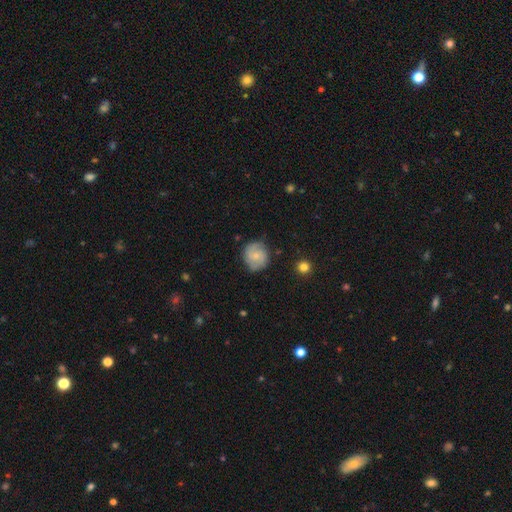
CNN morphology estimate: Smooth or featured?
  - featured or disk: 57% *
  - smooth: 36%
  - star or artifact: 7%
Edge-on disk?
  - no: 98% *
  - yes: 2%
Bar?
  - no: 64% *
  - weak: 31%
  - strong: 5%
Spiral arms?
  - yes: 89% *
  - no: 11%
Bulge size?
  - small: 65% *
  - moderate: 27%
  - none: 6%
  - large: 1%
  - dominant: 1%
Merging?
  - none: 77% *
  - minor disturbance: 18%
  - major disturbance: 4%
  - merger: 1%